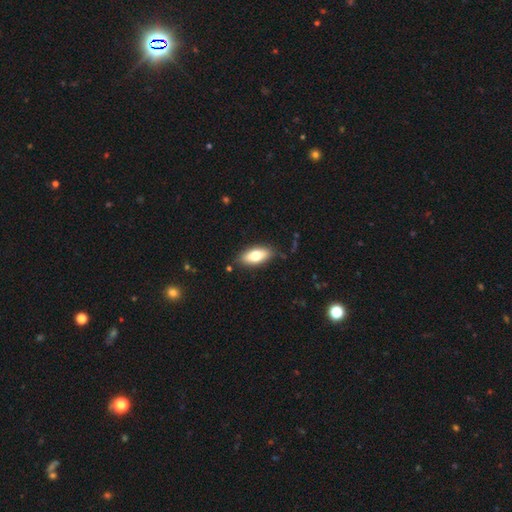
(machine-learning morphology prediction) smooth-or-featured: smooth: 72% | featured or disk: 22% | star or artifact: 7%
  how-rounded: in between: 84% | cigar-shaped: 13% | round: 3%
  merging: none: 84% | minor disturbance: 12% | major disturbance: 3% | merger: 2%